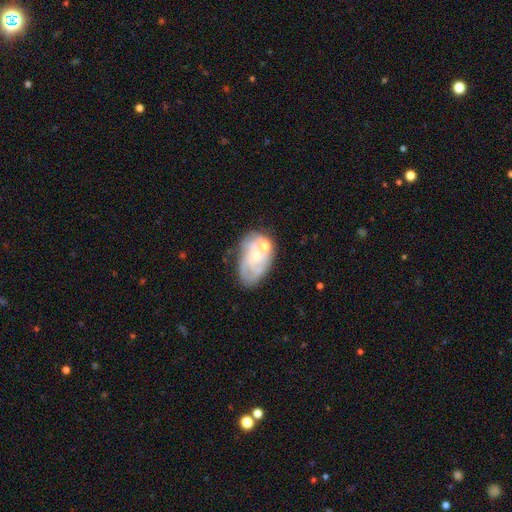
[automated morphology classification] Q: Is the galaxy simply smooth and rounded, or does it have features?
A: featured or disk — 62%.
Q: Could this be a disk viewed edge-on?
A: no — 97%.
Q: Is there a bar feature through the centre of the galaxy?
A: no — 81%.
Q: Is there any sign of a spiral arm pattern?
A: yes — 62%.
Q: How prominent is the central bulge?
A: small — 60%.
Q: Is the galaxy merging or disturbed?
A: none — 45%.